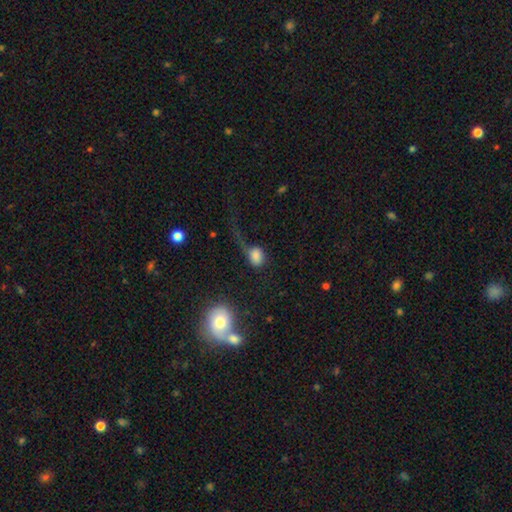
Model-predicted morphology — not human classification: smooth-or-featured: smooth: 77% | featured or disk: 13% | star or artifact: 10%
  how-rounded: in between: 58% | round: 40% | cigar-shaped: 2%
  merging: major disturbance: 49% | none: 26% | minor disturbance: 18% | merger: 8%